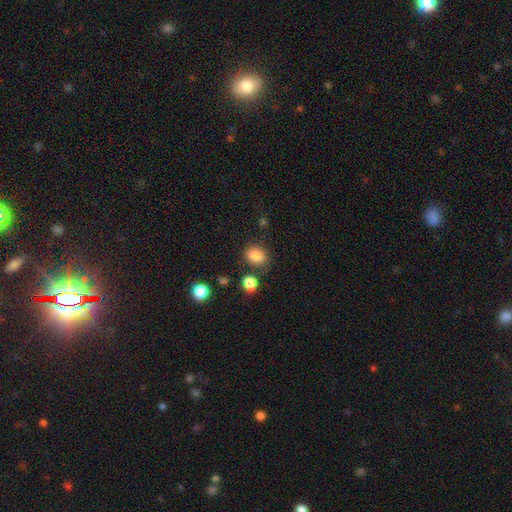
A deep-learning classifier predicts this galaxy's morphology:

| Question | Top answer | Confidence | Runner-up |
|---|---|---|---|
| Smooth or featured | smooth | 84% | star or artifact (11%) |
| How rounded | in between | 56% | round (42%) |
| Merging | none | 77% | minor disturbance (14%) |